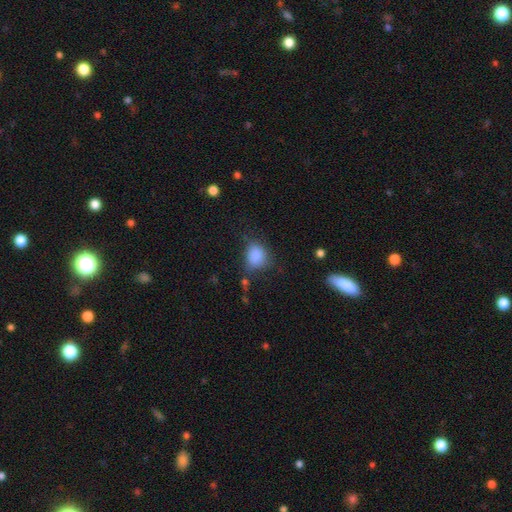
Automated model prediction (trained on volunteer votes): Smooth or featured? Predicted: smooth (p=0.84). How rounded? Predicted: round (p=0.54). Merging? Predicted: none (p=0.58).